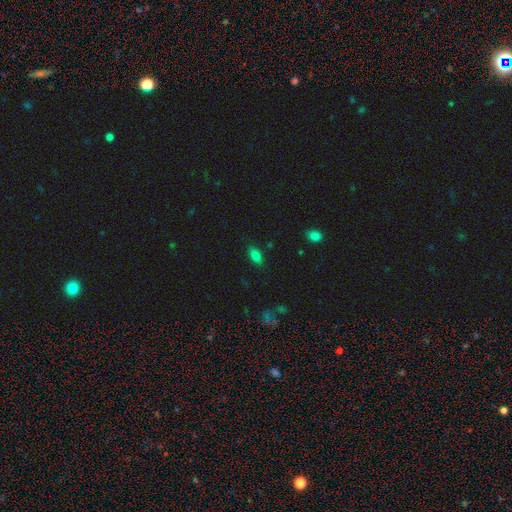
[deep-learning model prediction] smooth_or_featured: smooth (p=0.75) [alt: featured or disk p=0.13]
how_rounded: in between (p=0.82) [alt: cigar-shaped p=0.14]
merging: none (p=0.82) [alt: minor disturbance p=0.13]